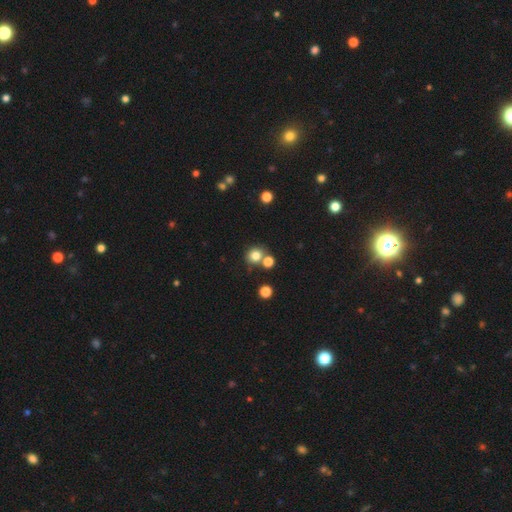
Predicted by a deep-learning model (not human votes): A smooth galaxy with no disk features (79%) that is round (83%). Merging: none (62%).